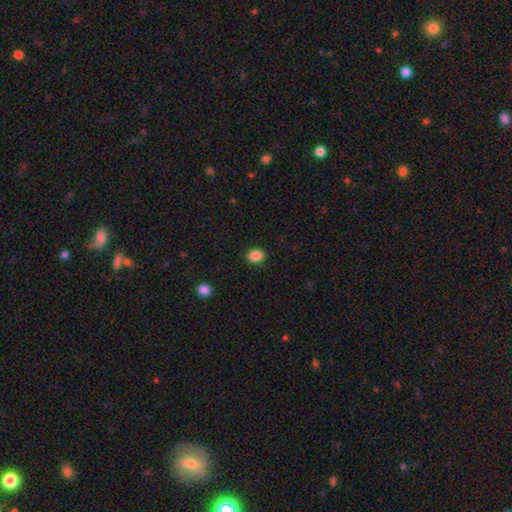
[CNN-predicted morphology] A smooth galaxy with no disk features (87%) that is round (70%).

Vote fractions:
- Smooth or featured? smooth: 87% / star or artifact: 10% / featured or disk: 3%
- How rounded? round: 70% / in between: 30% / cigar-shaped: 1%
- Merging? none: 91% / minor disturbance: 6% / major disturbance: 2% / merger: 1%